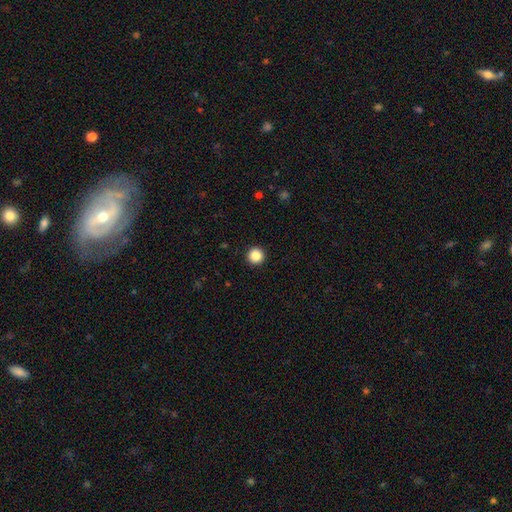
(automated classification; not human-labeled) Smooth or featured?
  - smooth: 86% *
  - star or artifact: 10%
  - featured or disk: 3%
How rounded?
  - round: 96% *
  - in between: 3%
  - cigar-shaped: 1%
Merging?
  - none: 94% *
  - minor disturbance: 4%
  - major disturbance: 1%
  - merger: 1%